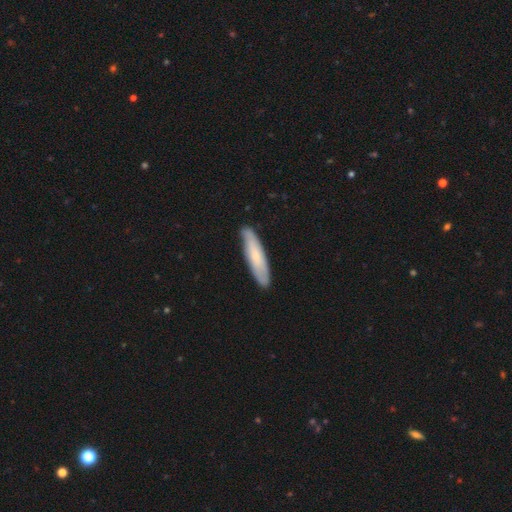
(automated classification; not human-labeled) A smooth galaxy with no disk features (62%) that is cigar-shaped (77%). Merging: none (85%).